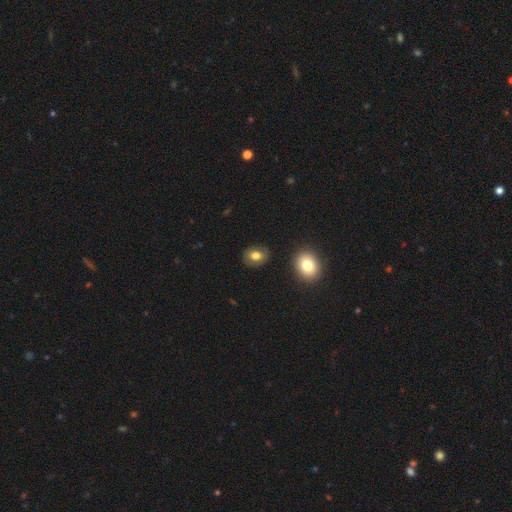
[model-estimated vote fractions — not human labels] A smooth galaxy with no disk features (74%) that is in between round and cigar-shaped (56%). Merging: none (84%).